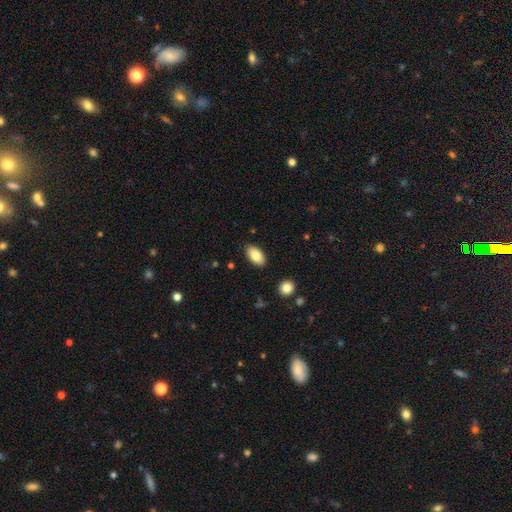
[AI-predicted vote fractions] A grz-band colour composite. It shows a smooth galaxy with no disk features (83%) that is in between round and cigar-shaped (94%). Merging: none (88%).